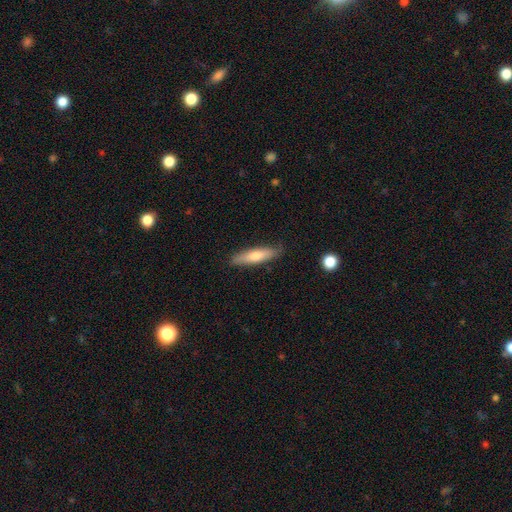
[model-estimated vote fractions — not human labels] Smooth or featured?
  - smooth: 65% *
  - featured or disk: 29%
  - star or artifact: 6%
How rounded?
  - cigar-shaped: 80% *
  - in between: 19%
  - round: 2%
Merging?
  - none: 86% *
  - minor disturbance: 11%
  - major disturbance: 2%
  - merger: 1%